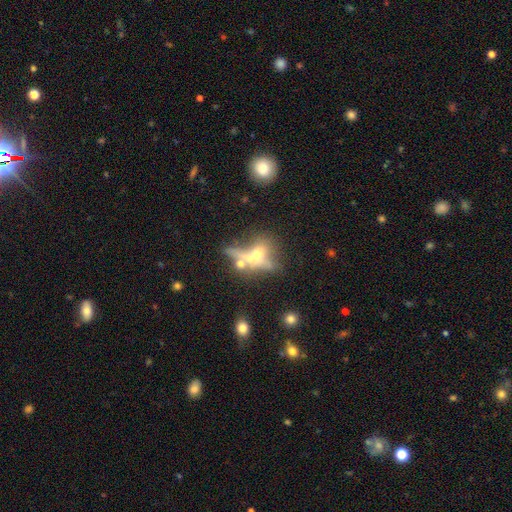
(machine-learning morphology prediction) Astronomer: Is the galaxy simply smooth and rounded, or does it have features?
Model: featured or disk — 46% (runner-up: smooth, 38%).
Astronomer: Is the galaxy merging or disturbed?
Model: merger — 41% (runner-up: none, 32%).